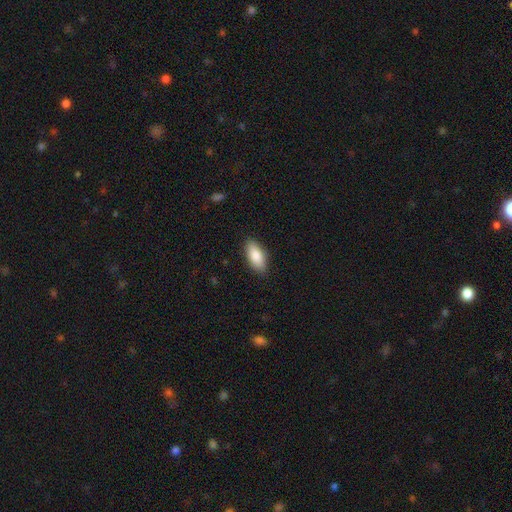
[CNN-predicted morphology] Q: Smooth or featured?
A: smooth (85%); runner-up: featured or disk (9%)
Q: How rounded?
A: in between (85%); runner-up: cigar-shaped (12%)
Q: Merging?
A: none (87%); runner-up: minor disturbance (9%)